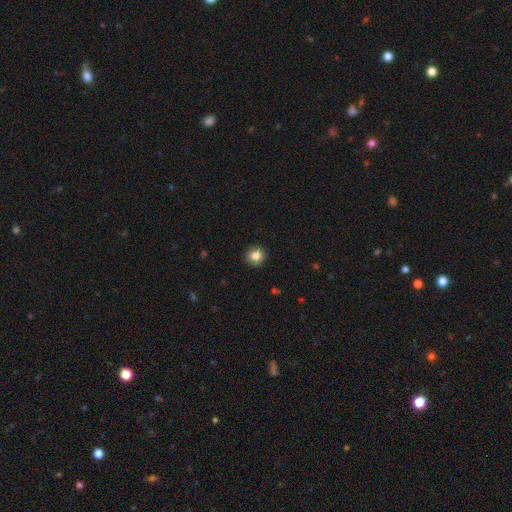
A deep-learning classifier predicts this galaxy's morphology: Overall: smooth (83%). How rounded: round (89%). Merging: none (91%).